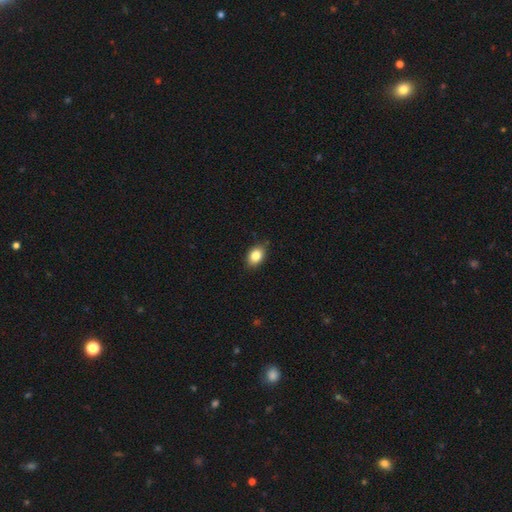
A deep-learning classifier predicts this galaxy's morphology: Smooth or featured? Predicted: smooth (p=0.85). How rounded? Predicted: in between (p=0.78). Merging? Predicted: none (p=0.85).